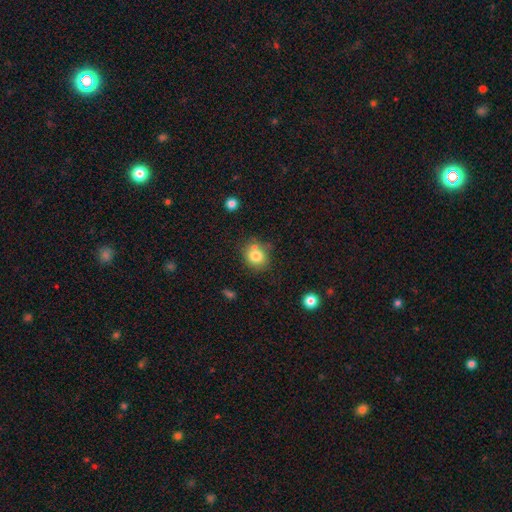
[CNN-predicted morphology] smooth-or-featured: smooth: 79% | star or artifact: 11% | featured or disk: 10%
  how-rounded: round: 77% | in between: 22% | cigar-shaped: 1%
  merging: none: 63% | merger: 17% | minor disturbance: 16% | major disturbance: 5%